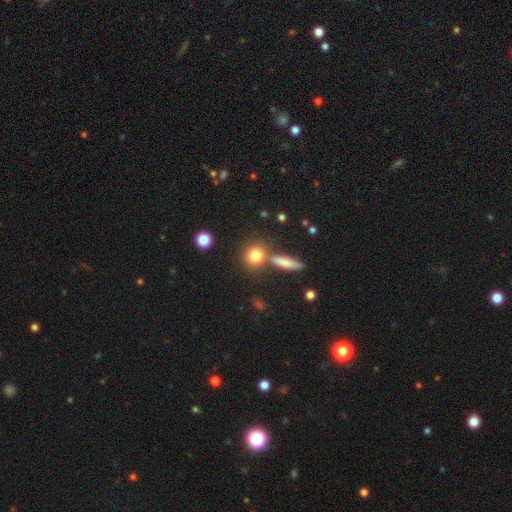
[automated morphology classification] A smooth galaxy with no disk features (79%) that is round (75%).

Vote fractions:
- Smooth or featured? smooth: 79% / star or artifact: 11% / featured or disk: 10%
- How rounded? round: 75% / in between: 20% / cigar-shaped: 5%
- Merging? none: 66% / merger: 21% / minor disturbance: 10% / major disturbance: 4%